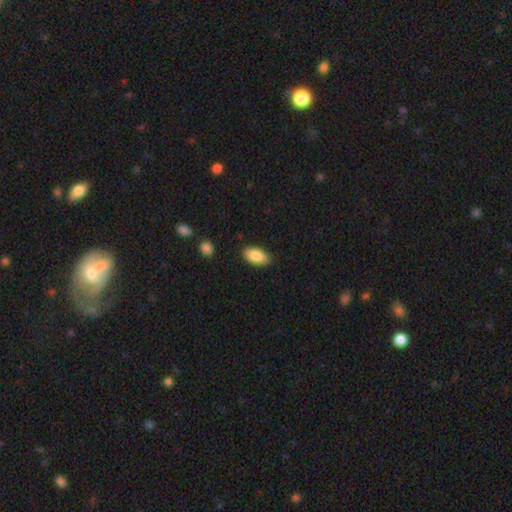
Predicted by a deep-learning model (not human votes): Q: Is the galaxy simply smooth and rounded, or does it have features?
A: smooth — 88%.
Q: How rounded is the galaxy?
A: in between — 93%.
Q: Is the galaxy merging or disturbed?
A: none — 86%.